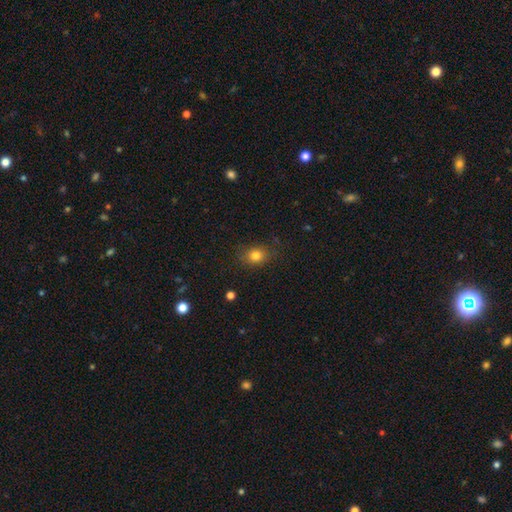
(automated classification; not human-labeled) Smooth or featured? Predicted: smooth (p=0.80). How rounded? Predicted: in between (p=0.52). Merging? Predicted: none (p=0.81).